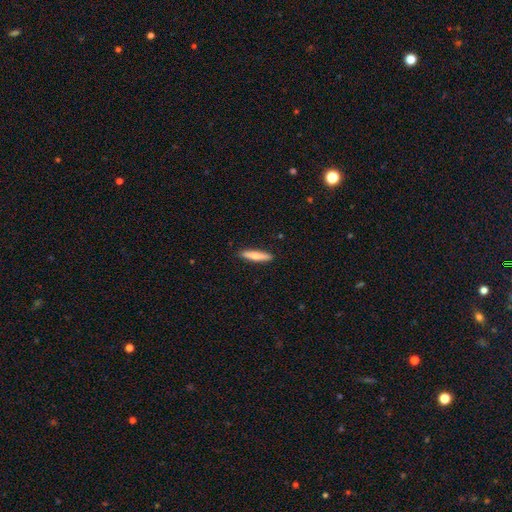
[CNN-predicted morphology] smooth-or-featured: smooth: 68% | featured or disk: 26% | star or artifact: 5%
  how-rounded: cigar-shaped: 85% | in between: 13% | round: 1%
  merging: none: 91% | minor disturbance: 7% | major disturbance: 1% | merger: 1%